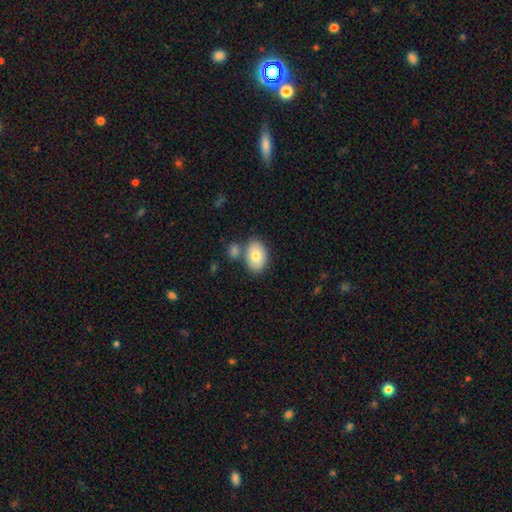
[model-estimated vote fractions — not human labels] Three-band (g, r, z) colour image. It shows a smooth galaxy with no disk features (77%) that is in between round and cigar-shaped (85%). Merging: none (66%).